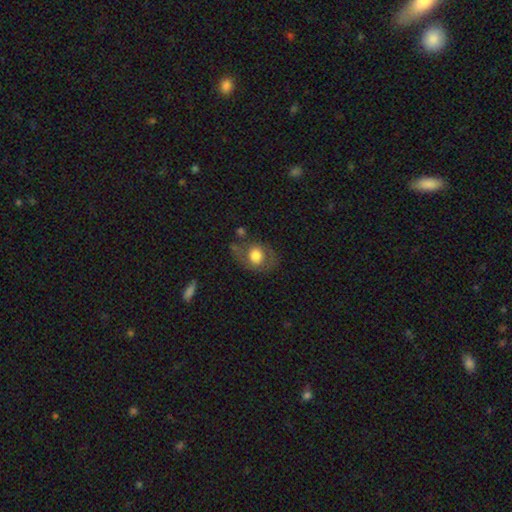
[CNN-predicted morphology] Overall: smooth (62%; featured or disk 30%). How rounded: round (50%; in between 49%). Merging: none (58%; minor disturbance 22%).